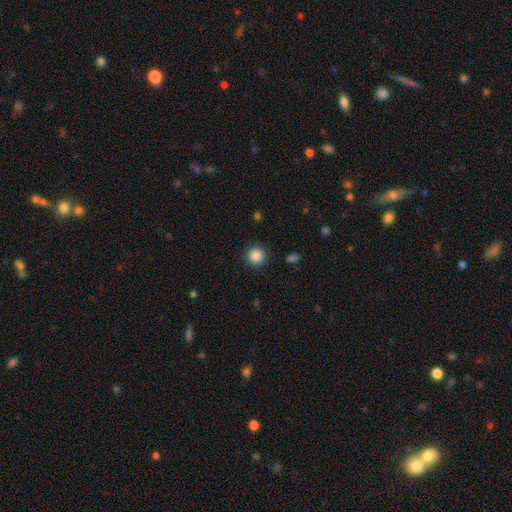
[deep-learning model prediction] This is clearly a smooth galaxy (87%). How rounded: clearly round (94%). Merging: clearly none (90%).